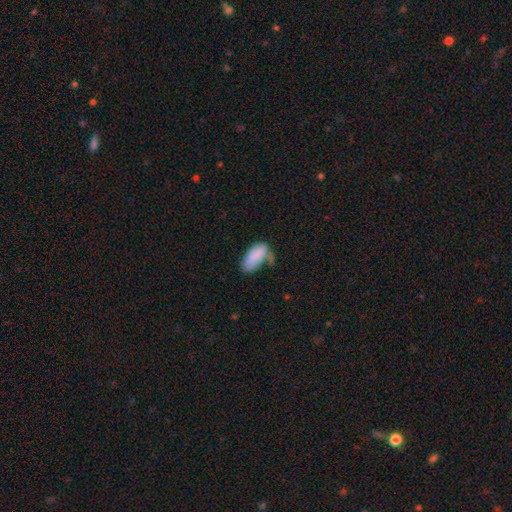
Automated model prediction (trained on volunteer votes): Morphology: type=smooth (83%); roundness=in between (92%); merging=none (34%).